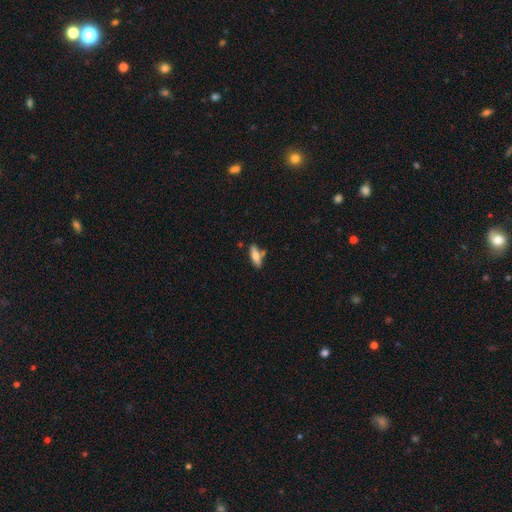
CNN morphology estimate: smooth 69%, featured or disk 25%, star or artifact 6%. Down the decision tree: how rounded — in between (58%); merging — none (72%).